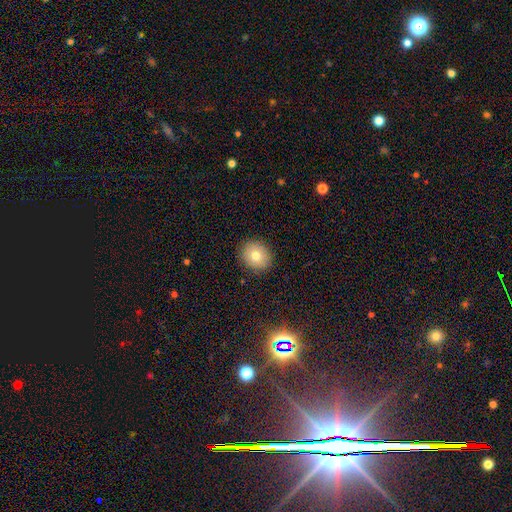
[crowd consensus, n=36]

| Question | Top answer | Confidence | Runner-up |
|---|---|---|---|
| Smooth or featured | smooth | 78% | featured or disk (17%) |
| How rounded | round | 86% | in between (14%) |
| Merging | none | 91% | minor disturbance (9%) |